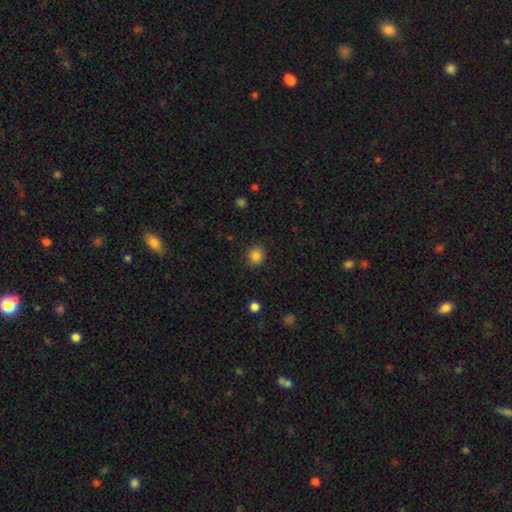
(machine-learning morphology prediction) smooth_or_featured: smooth (p=0.86) [alt: star or artifact p=0.11]
how_rounded: round (p=0.82) [alt: in between p=0.18]
merging: none (p=0.88) [alt: minor disturbance p=0.09]